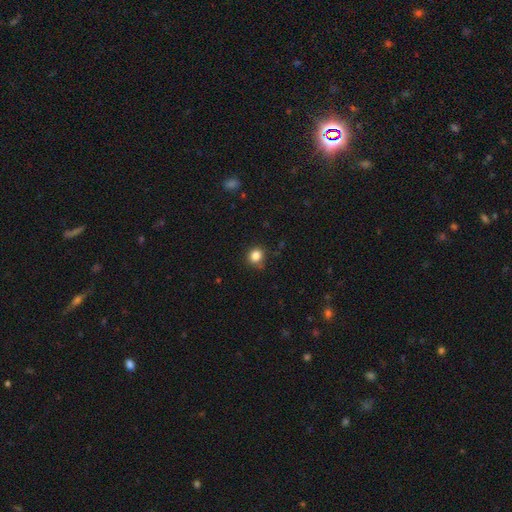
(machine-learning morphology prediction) A smooth galaxy with no disk features (84%) that is round (82%). Merging: none (80%).